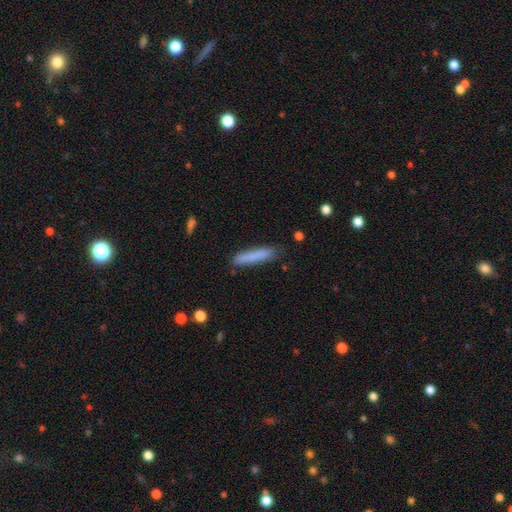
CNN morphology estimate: smooth-or-featured: smooth: 82% | featured or disk: 11% | star or artifact: 7%
  how-rounded: cigar-shaped: 89% | in between: 10% | round: 1%
  merging: none: 79% | minor disturbance: 15% | major disturbance: 3% | merger: 2%